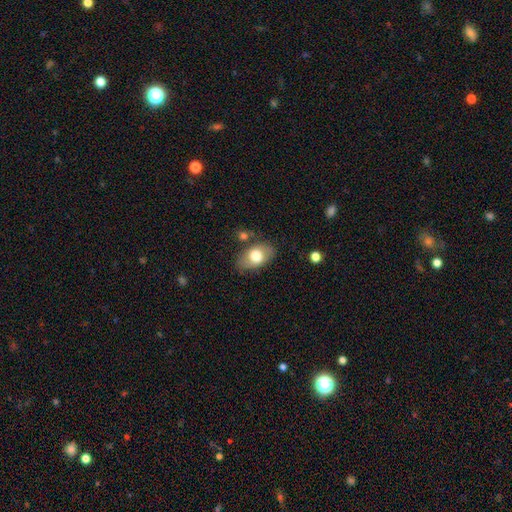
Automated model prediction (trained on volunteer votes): The model was most divided on "smooth or featured": smooth: 70%, featured or disk: 24%, star or artifact: 7%. More confident: how rounded — in between (88%); merging — none (74%).